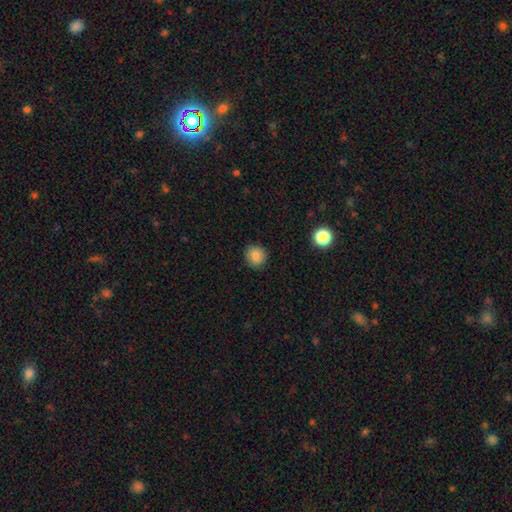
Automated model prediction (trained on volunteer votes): The model was most divided on "smooth or featured": smooth: 85%, star or artifact: 10%, featured or disk: 5%. More confident: merging — none (89%); how rounded — round (89%).